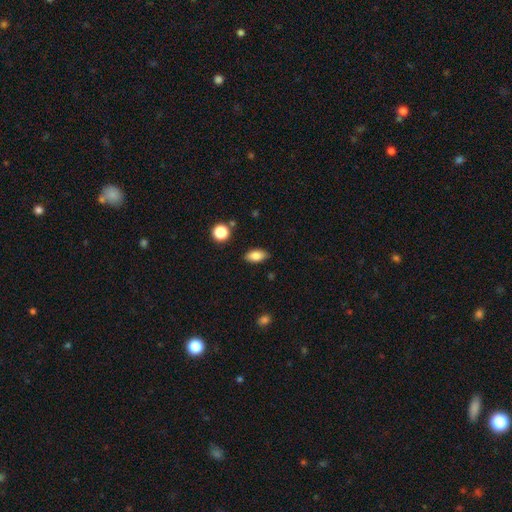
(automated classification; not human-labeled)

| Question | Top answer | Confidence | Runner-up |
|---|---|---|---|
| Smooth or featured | smooth | 84% | star or artifact (8%) |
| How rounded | in between | 90% | round (6%) |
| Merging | none | 86% | minor disturbance (10%) |